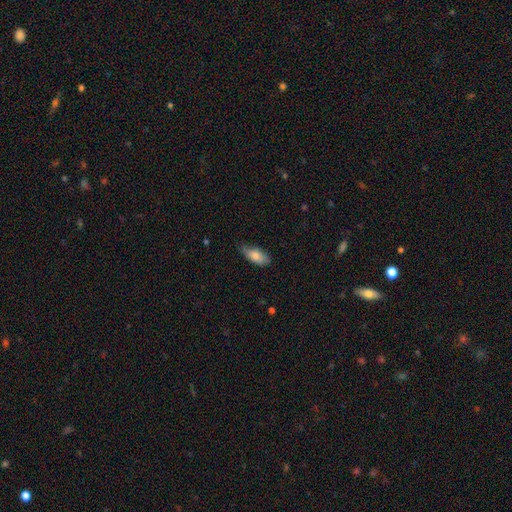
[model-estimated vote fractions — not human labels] A smooth galaxy with no disk features (81%) that is in between round and cigar-shaped (84%). Merging: none (64%).